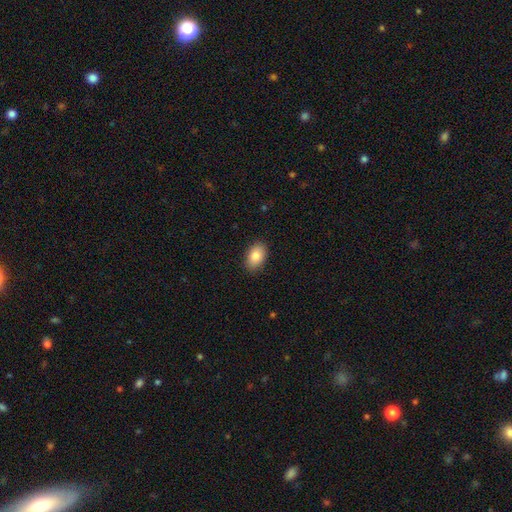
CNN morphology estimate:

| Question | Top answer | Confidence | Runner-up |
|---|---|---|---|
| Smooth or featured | smooth | 85% | featured or disk (7%) |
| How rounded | in between | 90% | round (8%) |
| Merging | none | 88% | minor disturbance (9%) |